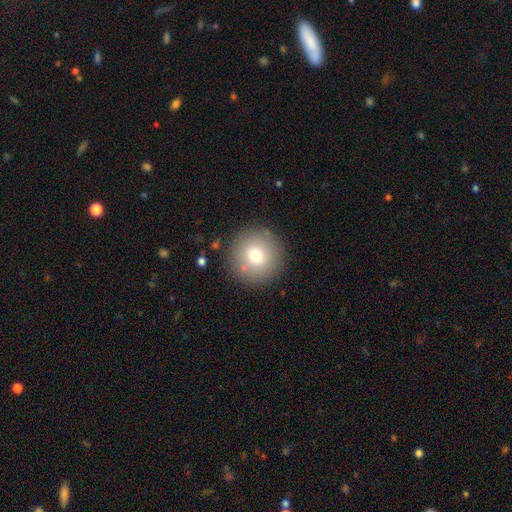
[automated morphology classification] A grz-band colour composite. It shows a smooth galaxy with no disk features (75%) that is round (96%). Merging: none (88%).